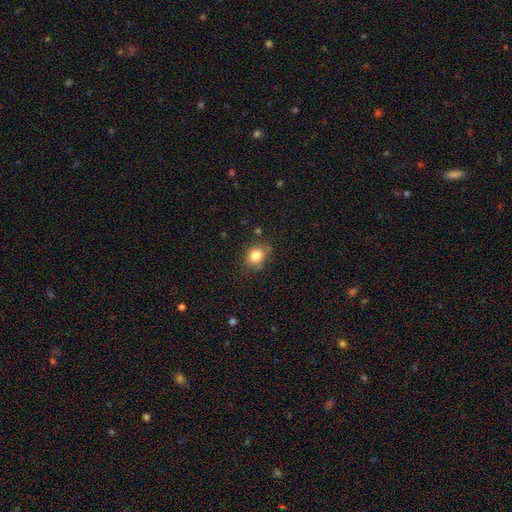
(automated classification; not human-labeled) Smooth or featured: smooth — 81% (star or artifact — 12%)
How rounded: round — 70% (in between — 30%)
Merging: none — 74% (minor disturbance — 17%)